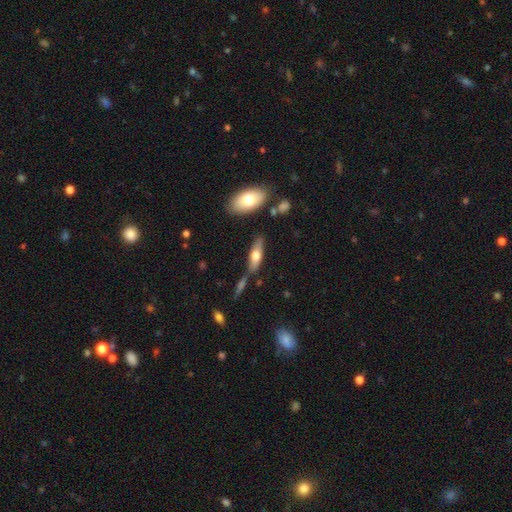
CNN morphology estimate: Overall: smooth (55%; featured or disk 38%). How rounded: in between (50%; cigar-shaped 47%). Merging: none (69%).